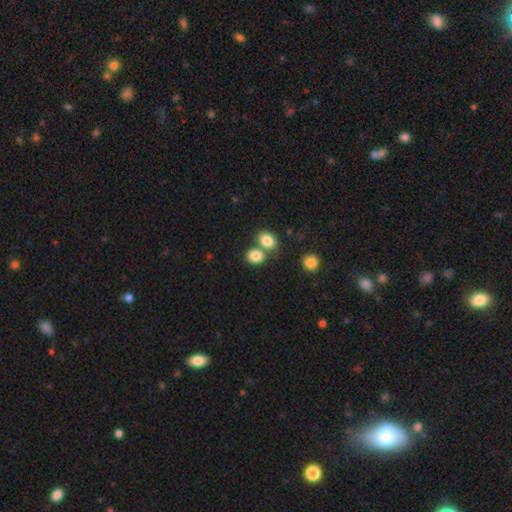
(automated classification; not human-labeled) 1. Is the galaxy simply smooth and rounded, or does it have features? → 83% smooth, 10% star or artifact, 7% featured or disk.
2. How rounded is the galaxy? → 53% in between, 46% round, 1% cigar-shaped.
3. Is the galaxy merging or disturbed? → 48% none, 40% merger, 9% minor disturbance, 3% major disturbance.